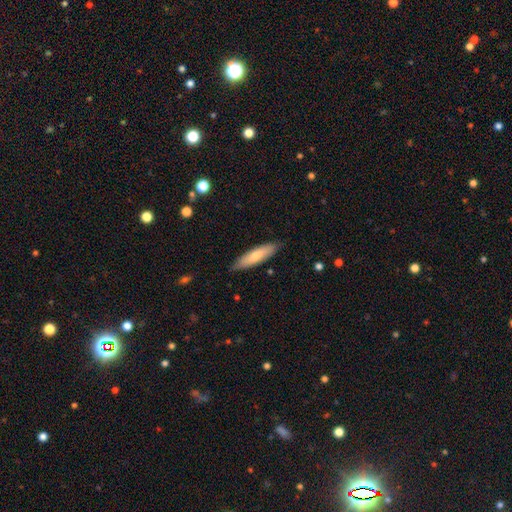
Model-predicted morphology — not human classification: Smooth or featured? smooth (72%)
How rounded? cigar-shaped (67%)
Merging? none (83%)